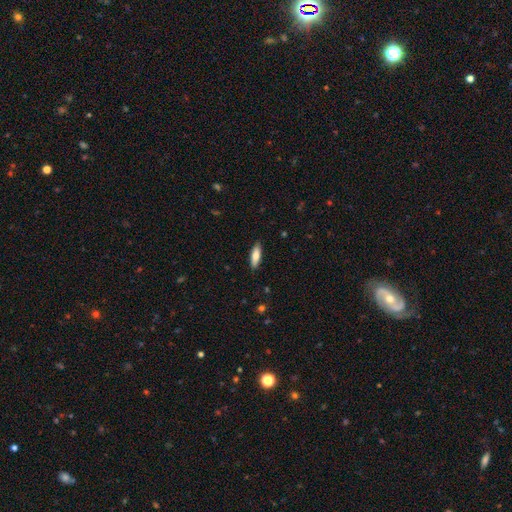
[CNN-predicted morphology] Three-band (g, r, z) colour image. It shows a smooth galaxy with no disk features (71%) that is cigar-shaped (52%). Merging: none (89%).